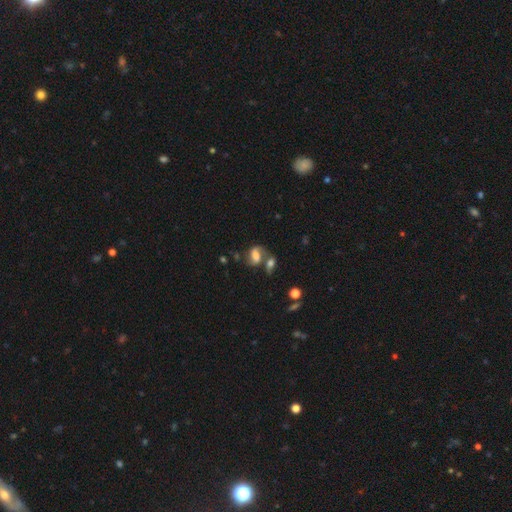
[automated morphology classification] smooth-or-featured: smooth: 47% | featured or disk: 42% | star or artifact: 12%
  merging: merger: 43% | none: 34% | minor disturbance: 14% | major disturbance: 9%